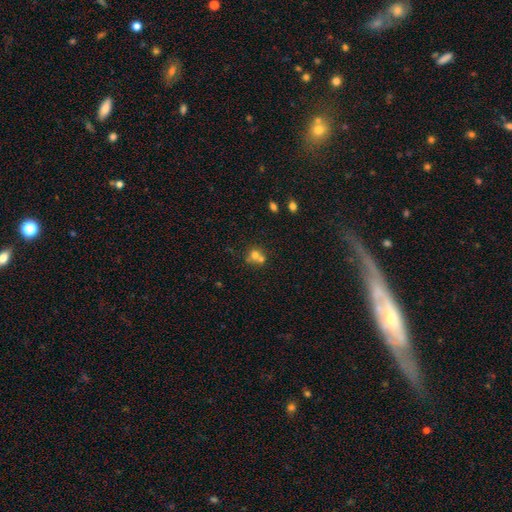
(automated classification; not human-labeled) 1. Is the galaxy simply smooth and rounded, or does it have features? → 67% smooth, 18% featured or disk, 14% star or artifact.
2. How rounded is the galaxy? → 80% round, 19% in between, 1% cigar-shaped.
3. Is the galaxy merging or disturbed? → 54% merger, 37% none, 6% minor disturbance, 3% major disturbance.